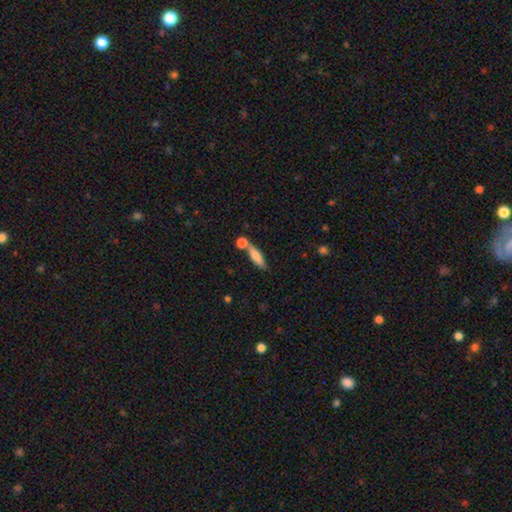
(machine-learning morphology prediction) The model was most divided on "merging": none: 55%, merger: 28%, minor disturbance: 12%, major disturbance: 4%. More confident: smooth or featured — smooth (75%); how rounded — cigar-shaped (64%).